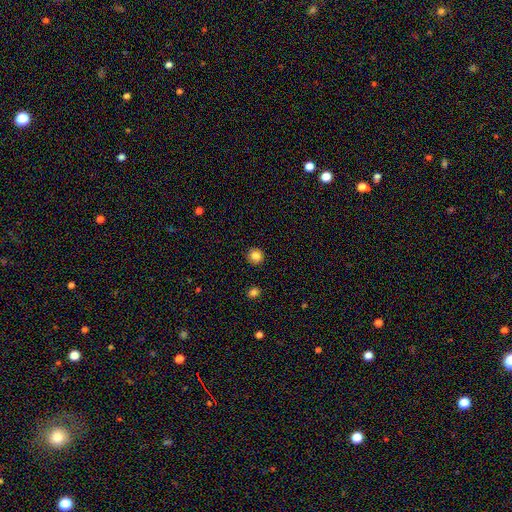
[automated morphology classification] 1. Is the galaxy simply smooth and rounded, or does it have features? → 84% smooth, 11% star or artifact, 5% featured or disk.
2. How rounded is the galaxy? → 91% round, 8% in between, 1% cigar-shaped.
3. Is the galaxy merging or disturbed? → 91% none, 6% minor disturbance, 2% major disturbance, 1% merger.